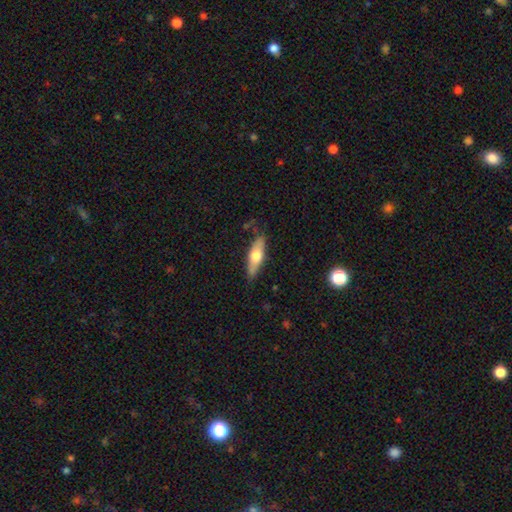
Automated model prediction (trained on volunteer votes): A smooth galaxy with no disk features (57%) that is in between round and cigar-shaped (49%, tied with cigar-shaped). Merging: none (80%).